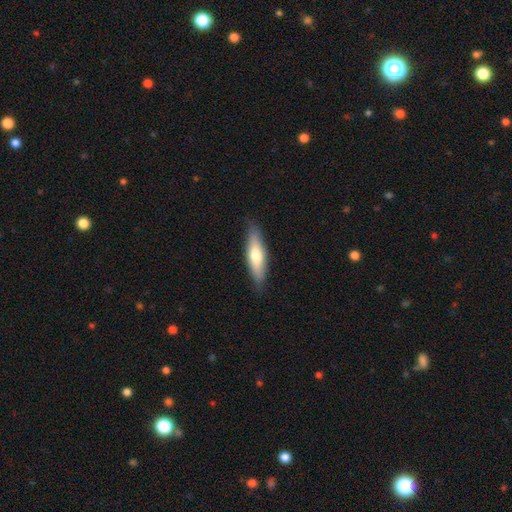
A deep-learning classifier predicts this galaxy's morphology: type=smooth (59%); roundness=cigar-shaped (63%); merging=none (86%).